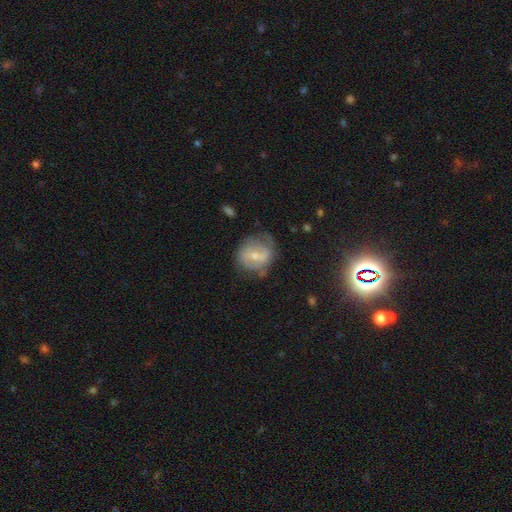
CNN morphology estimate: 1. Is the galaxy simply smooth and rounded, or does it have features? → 60% featured or disk, 33% smooth, 7% star or artifact.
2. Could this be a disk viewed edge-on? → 96% no, 4% yes.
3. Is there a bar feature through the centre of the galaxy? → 46% weak, 28% strong, 26% no.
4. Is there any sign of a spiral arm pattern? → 63% yes, 37% no.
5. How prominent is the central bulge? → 50% small, 45% moderate, 2% none, 2% large, 1% dominant.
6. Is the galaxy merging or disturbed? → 58% none, 26% minor disturbance, 14% major disturbance, 2% merger.